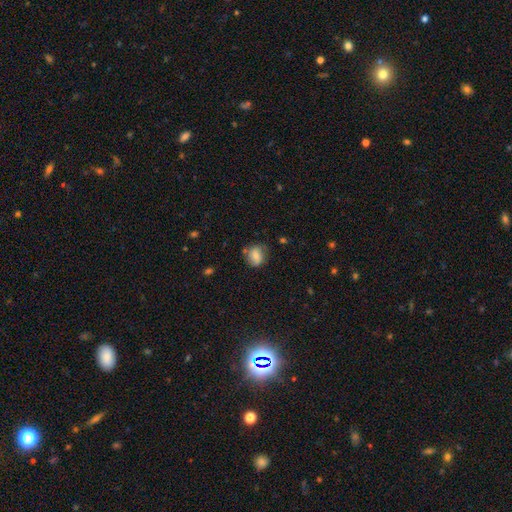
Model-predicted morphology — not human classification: Smooth or featured? smooth (70%)
How rounded? round (63%)
Merging? none (67%)